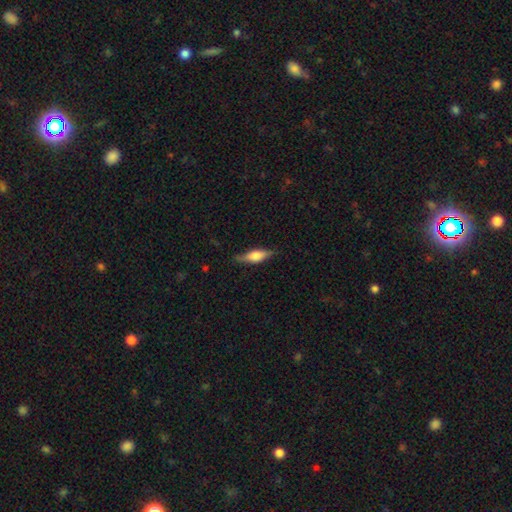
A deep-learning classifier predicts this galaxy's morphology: This appears to be a featured or disk galaxy (49%). Merging: none (80%).